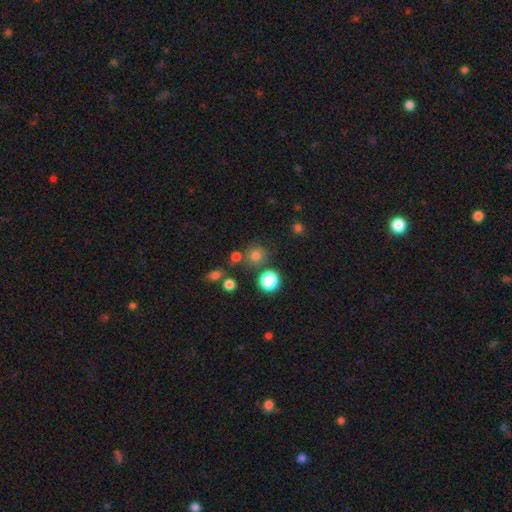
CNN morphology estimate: This is likely a smooth galaxy (74%). How rounded: clearly round (89%). Merging: likely none (74%).